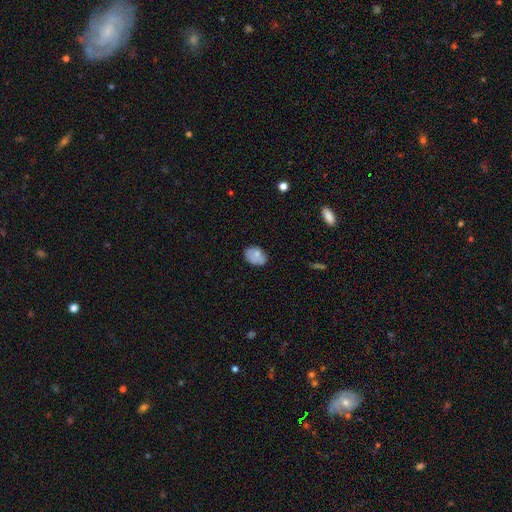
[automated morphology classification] smooth_or_featured: smooth (p=0.73) [alt: featured or disk p=0.19]
how_rounded: in between (p=0.78) [alt: round p=0.21]
merging: none (p=0.64) [alt: minor disturbance p=0.26]